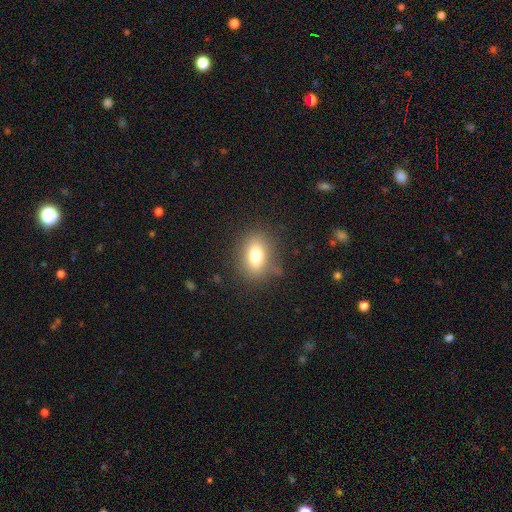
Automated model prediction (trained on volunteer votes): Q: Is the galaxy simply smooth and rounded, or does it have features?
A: smooth — 75%.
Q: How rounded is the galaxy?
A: in between — 69%.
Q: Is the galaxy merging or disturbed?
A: none — 78%.